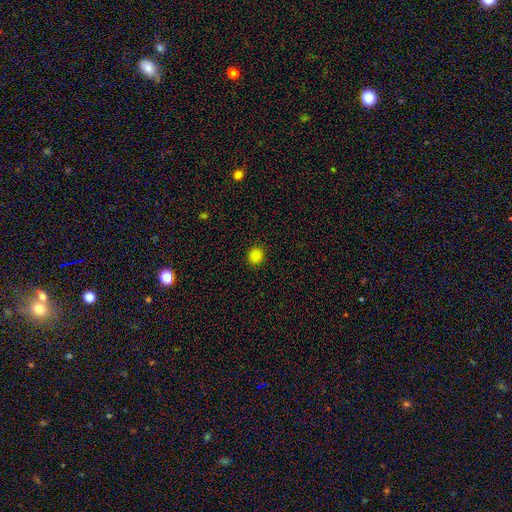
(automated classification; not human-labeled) A smooth galaxy with no disk features (85%) that is round (83%). Merging: none (91%).